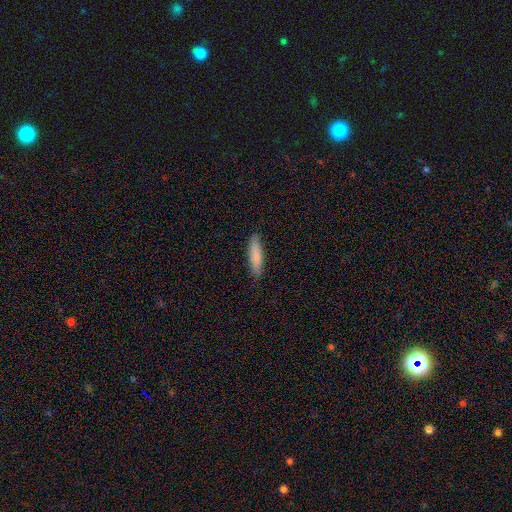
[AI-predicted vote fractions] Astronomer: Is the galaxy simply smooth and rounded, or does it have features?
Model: smooth — 83%.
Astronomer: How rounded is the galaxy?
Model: cigar-shaped — 78%.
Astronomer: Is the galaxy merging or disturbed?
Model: none — 86%.